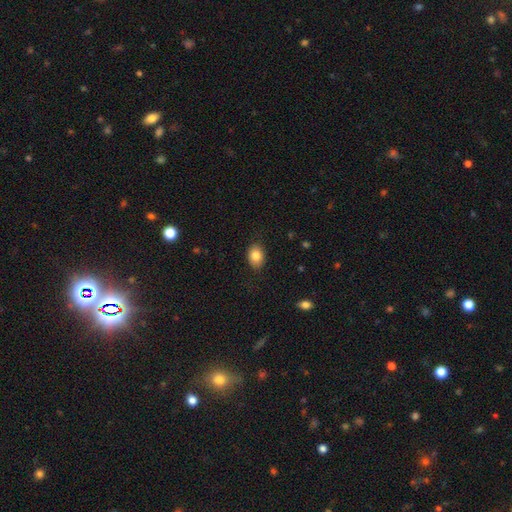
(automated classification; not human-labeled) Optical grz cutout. It shows a smooth galaxy with no disk features (83%) that is in between round and cigar-shaped (73%). Merging: none (85%).